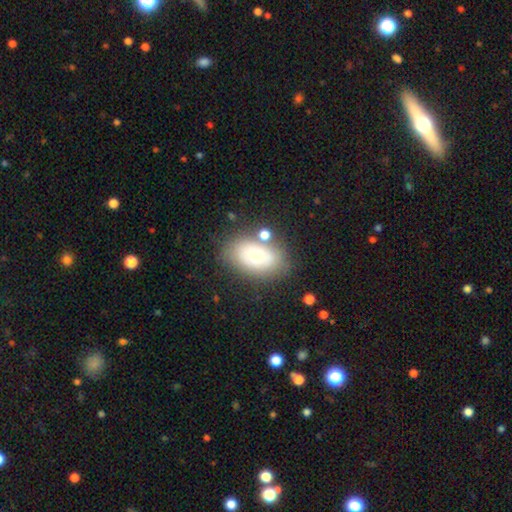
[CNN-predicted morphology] This is possibly a smooth galaxy (59%). How rounded: clearly in between (83%). Merging: likely none (68%).